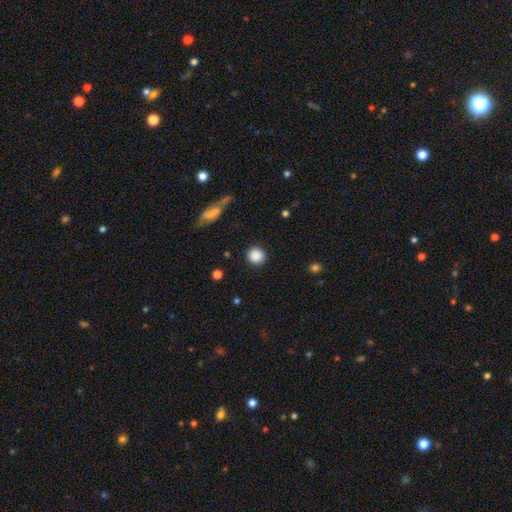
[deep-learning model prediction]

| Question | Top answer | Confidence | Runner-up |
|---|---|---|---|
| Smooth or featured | smooth | 87% | star or artifact (9%) |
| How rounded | round | 92% | in between (7%) |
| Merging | none | 89% | minor disturbance (7%) |